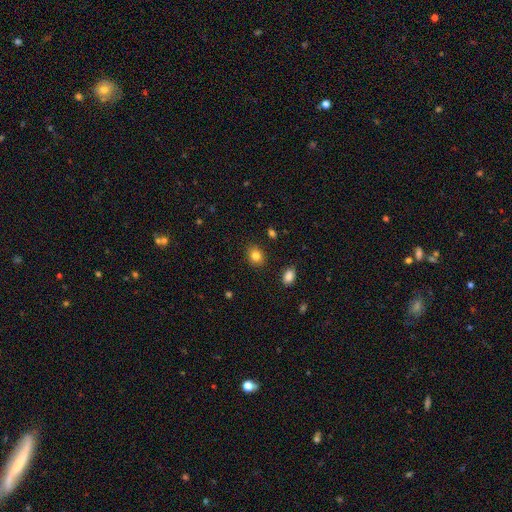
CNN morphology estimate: A smooth galaxy with no disk features (83%) that is round (58%). Merging: none (88%).